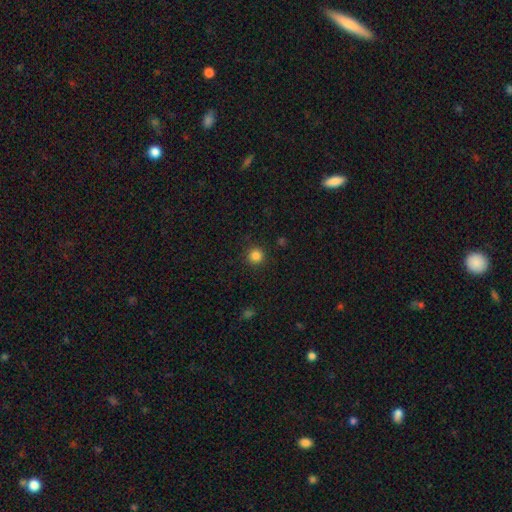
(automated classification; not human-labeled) Smooth or featured? Predicted: smooth (p=0.84). How rounded? Predicted: round (p=0.95). Merging? Predicted: none (p=0.91).